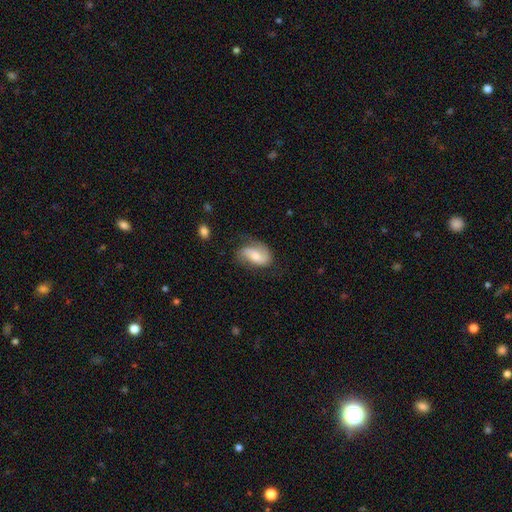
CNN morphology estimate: Smooth or featured? featured or disk (54%)
Edge-on disk? no (95%)
Bar? no (44%)
Spiral arms? yes (87%)
Bulge size? moderate (51%)
Merging? none (57%)